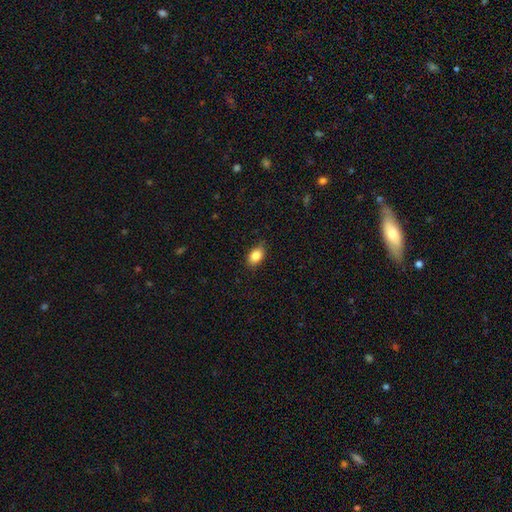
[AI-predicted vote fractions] Smooth or featured?
  - smooth: 84% *
  - star or artifact: 8%
  - featured or disk: 7%
How rounded?
  - in between: 84% *
  - round: 14%
  - cigar-shaped: 2%
Merging?
  - none: 82% *
  - minor disturbance: 14%
  - major disturbance: 2%
  - merger: 1%